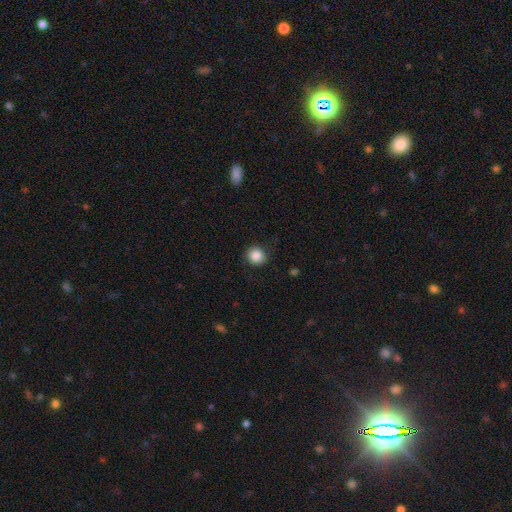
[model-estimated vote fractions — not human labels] A smooth galaxy with no disk features (86%) that is round (91%). Merging: none (86%).